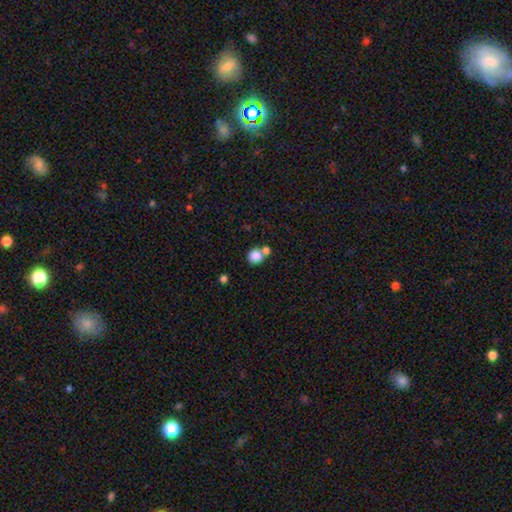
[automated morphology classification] smooth_or_featured: smooth (p=0.84) [alt: star or artifact p=0.10]
how_rounded: round (p=0.86) [alt: in between p=0.13]
merging: none (p=0.53) [alt: merger p=0.35]